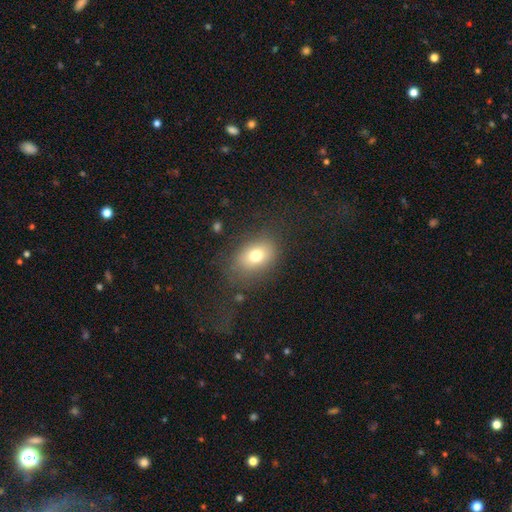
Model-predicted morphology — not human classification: smooth-or-featured: smooth: 74% | featured or disk: 14% | star or artifact: 12%
  how-rounded: in between: 71% | round: 28% | cigar-shaped: 1%
  merging: none: 73% | minor disturbance: 15% | major disturbance: 10% | merger: 2%